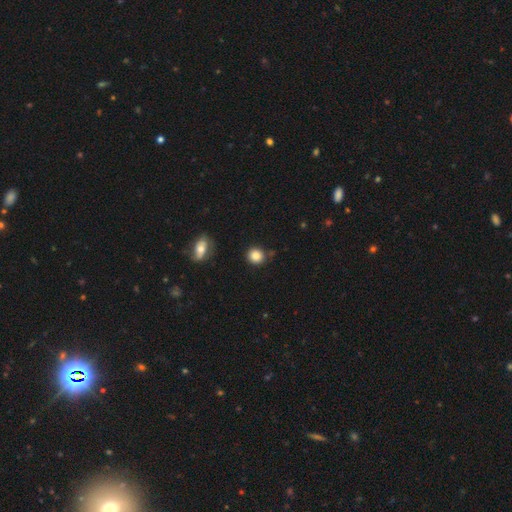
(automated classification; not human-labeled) smooth-or-featured: smooth: 86% | star or artifact: 10% | featured or disk: 5%
  how-rounded: round: 87% | in between: 12% | cigar-shaped: 1%
  merging: none: 82% | minor disturbance: 11% | merger: 4% | major disturbance: 3%